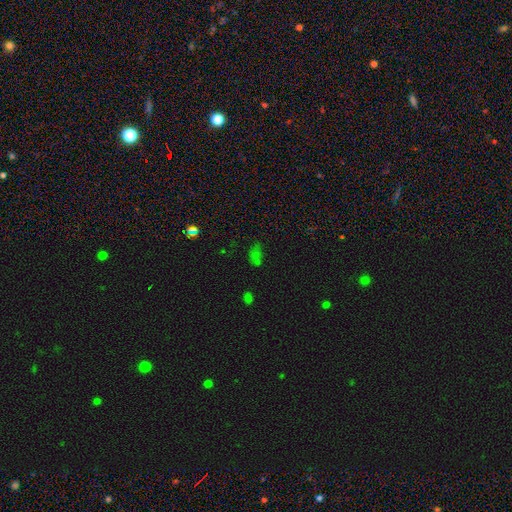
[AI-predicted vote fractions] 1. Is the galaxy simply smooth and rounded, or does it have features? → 44% smooth, 43% star or artifact, 13% featured or disk.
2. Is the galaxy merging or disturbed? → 59% none, 19% minor disturbance, 12% major disturbance, 11% merger.